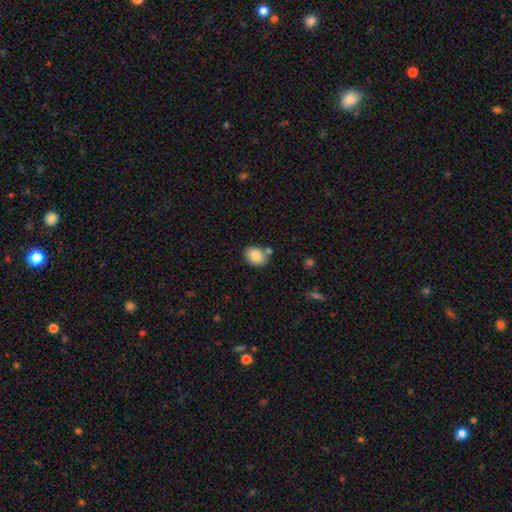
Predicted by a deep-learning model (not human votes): The model was most divided on "how rounded": in between: 68%, round: 31%, cigar-shaped: 1%. More confident: smooth or featured — smooth (82%); merging — none (70%).